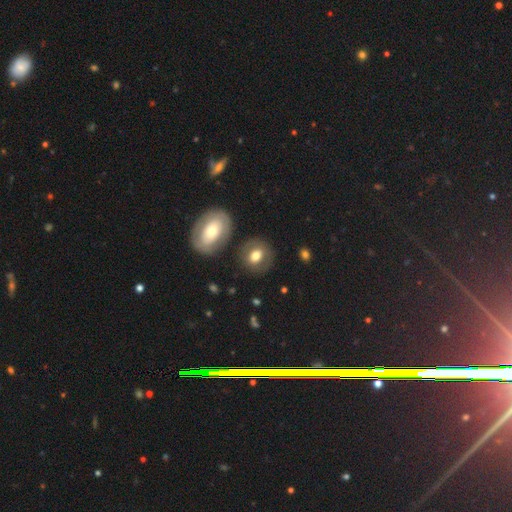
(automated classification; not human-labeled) Smooth or featured: smooth — 70% (featured or disk — 23%)
How rounded: round — 68% (in between — 31%)
Merging: none — 80% (minor disturbance — 10%)